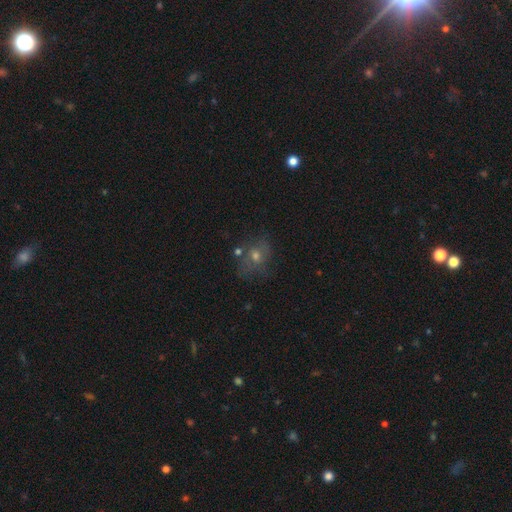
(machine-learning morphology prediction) type=smooth (43%); merging=none (62%).